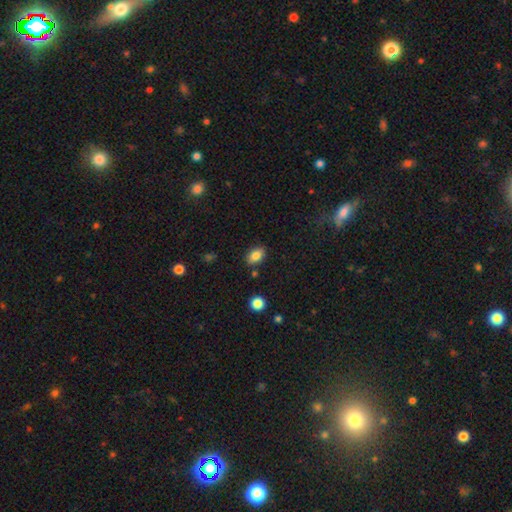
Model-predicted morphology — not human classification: Smooth or featured? smooth (84%)
How rounded? in between (85%)
Merging? none (83%)